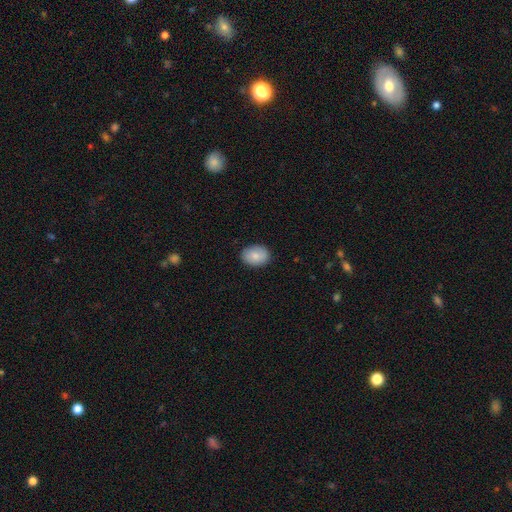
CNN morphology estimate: smooth-or-featured: smooth: 84% | featured or disk: 9% | star or artifact: 7%
  how-rounded: in between: 69% | round: 30% | cigar-shaped: 1%
  merging: none: 88% | minor disturbance: 9% | major disturbance: 2% | merger: 1%